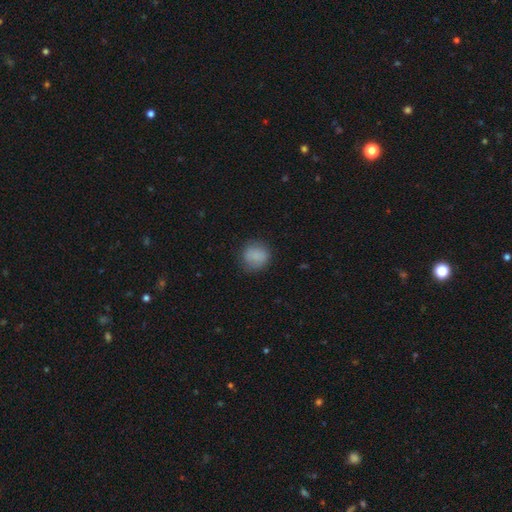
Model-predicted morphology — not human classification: type=smooth (84%); roundness=round (79%); merging=none (77%).